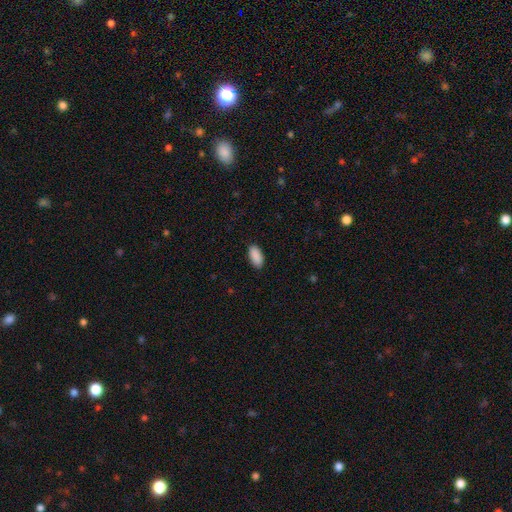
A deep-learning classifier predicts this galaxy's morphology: The model was most divided on "merging": none: 89%, minor disturbance: 8%, major disturbance: 2%, merger: 1%. More confident: how rounded — in between (92%); smooth or featured — smooth (91%).